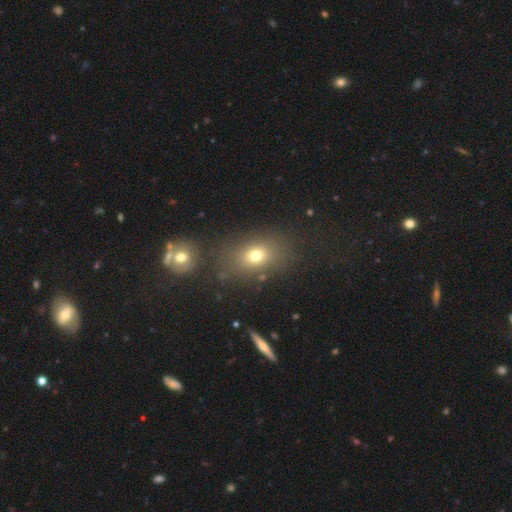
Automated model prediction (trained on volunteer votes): Overall: smooth (71%). How rounded: in between (69%; round 29%). Merging: none (73%).